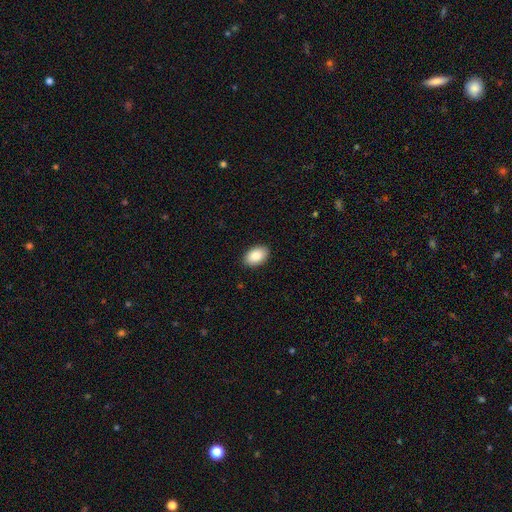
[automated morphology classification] A smooth galaxy with no disk features (87%) that is in between round and cigar-shaped (90%). Merging: none (90%).